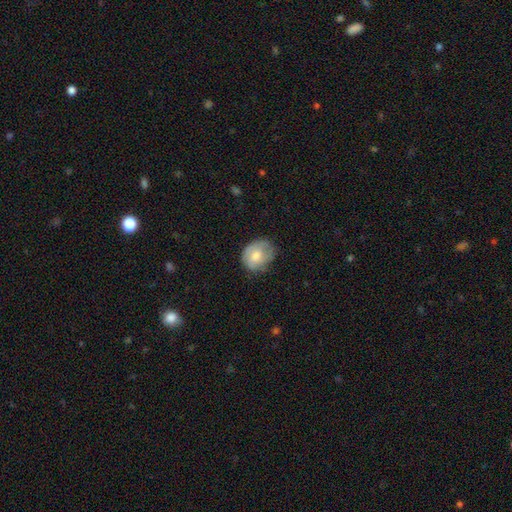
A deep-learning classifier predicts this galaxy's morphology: smooth_or_featured: smooth (p=0.64) [alt: featured or disk p=0.29]
how_rounded: round (p=0.54) [alt: in between p=0.45]
merging: none (p=0.61) [alt: minor disturbance p=0.27]